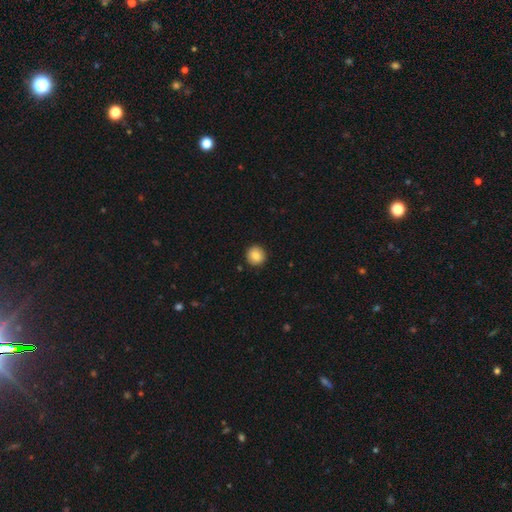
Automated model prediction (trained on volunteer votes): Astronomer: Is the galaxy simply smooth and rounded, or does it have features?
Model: smooth — 84%.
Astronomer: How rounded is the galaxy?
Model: round — 94%.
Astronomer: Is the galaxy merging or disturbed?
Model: none — 92%.